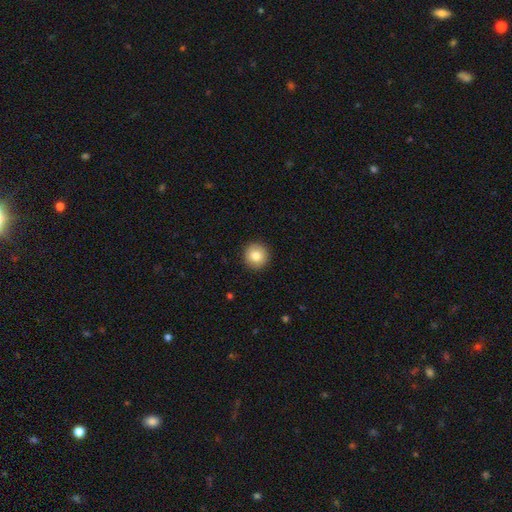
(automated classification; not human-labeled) The model was most divided on "smooth or featured": smooth: 84%, star or artifact: 8%, featured or disk: 8%. More confident: how rounded — round (95%); merging — none (92%).